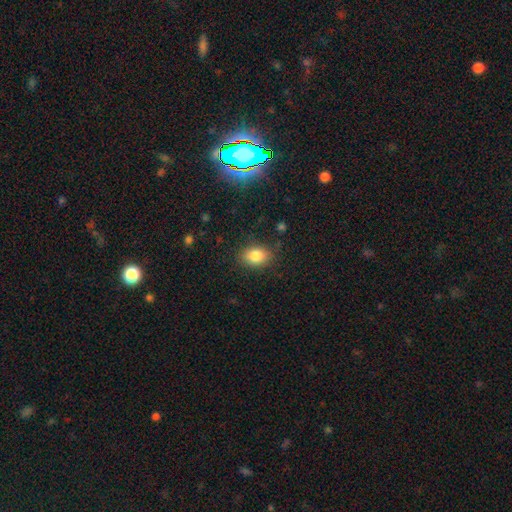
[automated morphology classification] A smooth galaxy with no disk features (84%) that is in between round and cigar-shaped (74%). Merging: none (84%).